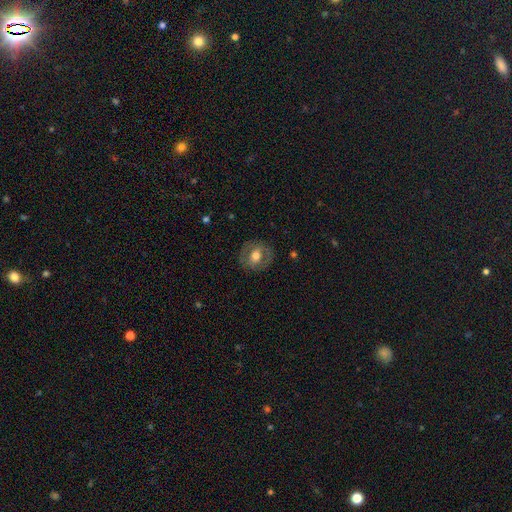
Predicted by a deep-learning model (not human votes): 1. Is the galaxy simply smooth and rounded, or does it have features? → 49% smooth, 44% featured or disk, 7% star or artifact.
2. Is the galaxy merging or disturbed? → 82% none, 12% minor disturbance, 5% major disturbance, 1% merger.